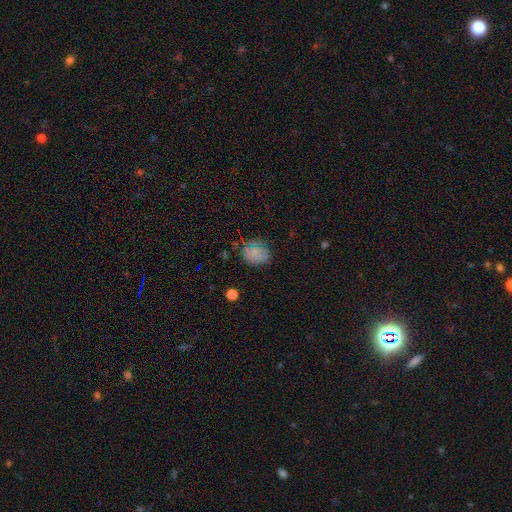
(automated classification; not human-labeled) Smooth or featured?
  - smooth: 73% *
  - star or artifact: 16%
  - featured or disk: 11%
How rounded?
  - round: 60% *
  - in between: 39%
  - cigar-shaped: 1%
Merging?
  - none: 77% *
  - minor disturbance: 17%
  - major disturbance: 4%
  - merger: 2%